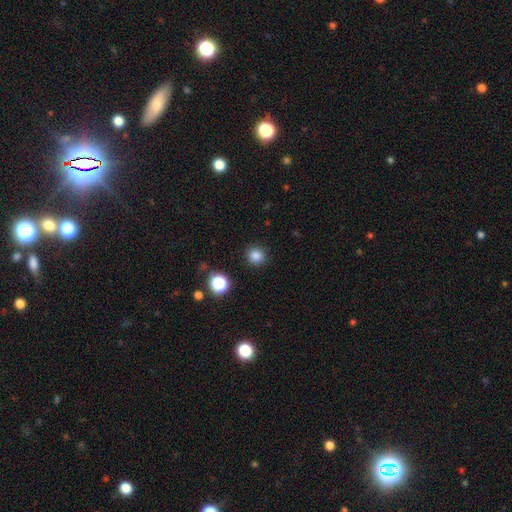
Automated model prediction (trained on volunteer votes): Smooth or featured? Predicted: smooth (p=0.83). How rounded? Predicted: round (p=0.93). Merging? Predicted: none (p=0.91).